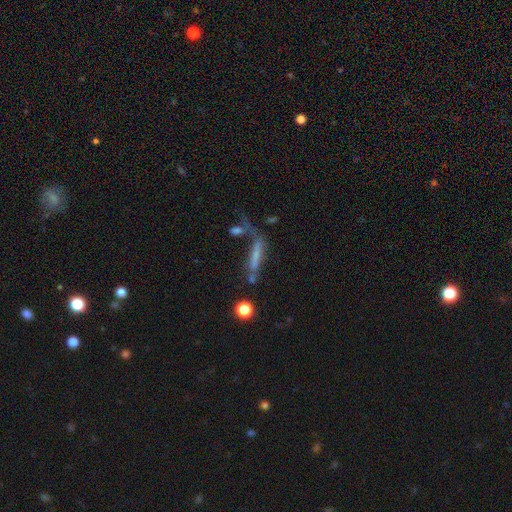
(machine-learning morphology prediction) The model was most divided on "smooth or featured": smooth: 50%, featured or disk: 36%, star or artifact: 14%. Remaining: merging — none (41%).